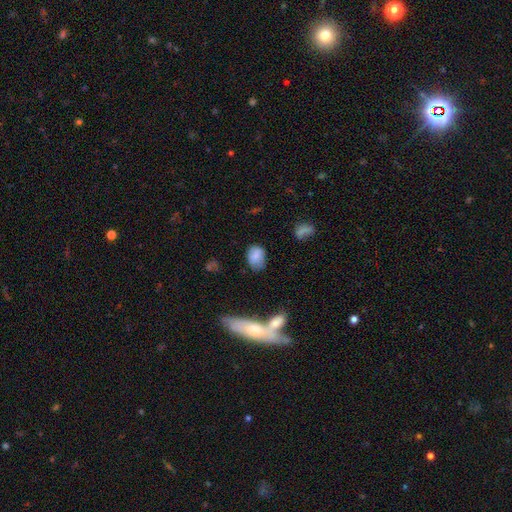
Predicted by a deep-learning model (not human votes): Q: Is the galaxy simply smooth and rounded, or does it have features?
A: smooth — 79%.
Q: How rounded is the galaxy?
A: in between — 77%.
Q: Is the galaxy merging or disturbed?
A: none — 67%.